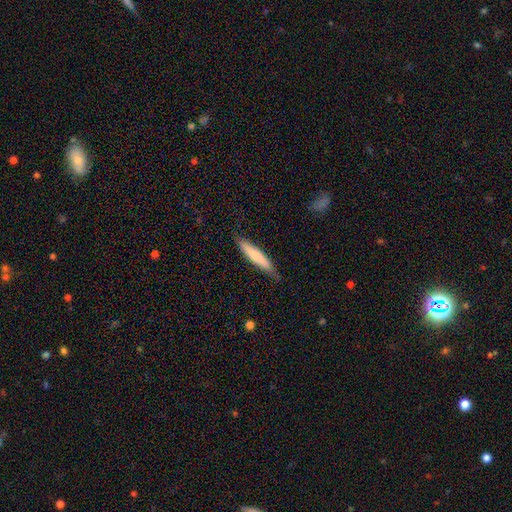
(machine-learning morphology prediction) Smooth or featured? Predicted: smooth (p=0.75). How rounded? Predicted: cigar-shaped (p=0.89). Merging? Predicted: none (p=0.78).